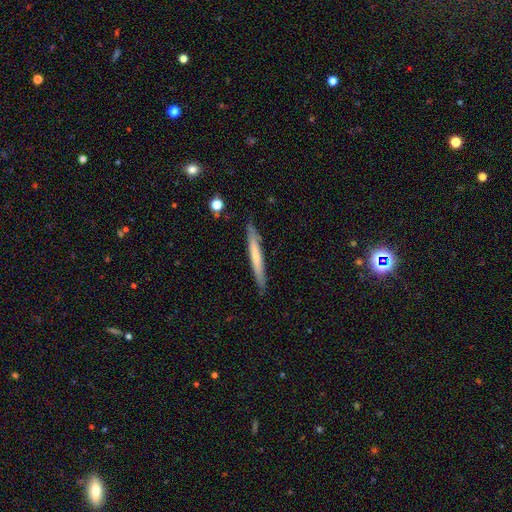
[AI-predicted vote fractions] A smooth galaxy with no disk features (57%) that is cigar-shaped (96%). Merging: none (88%).